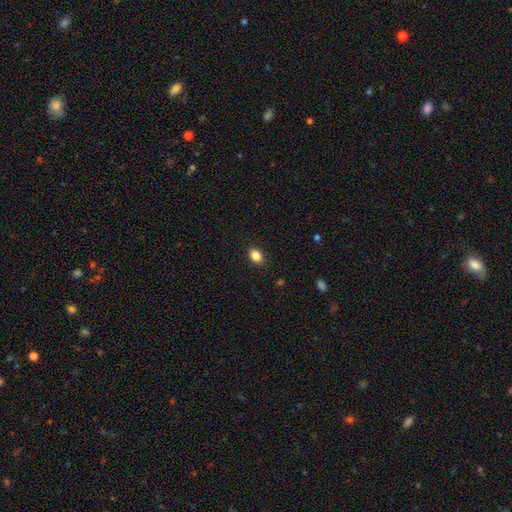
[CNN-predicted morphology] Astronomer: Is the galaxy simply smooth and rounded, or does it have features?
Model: smooth — 86%.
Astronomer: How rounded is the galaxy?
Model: in between — 70%.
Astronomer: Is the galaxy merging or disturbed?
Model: none — 89%.